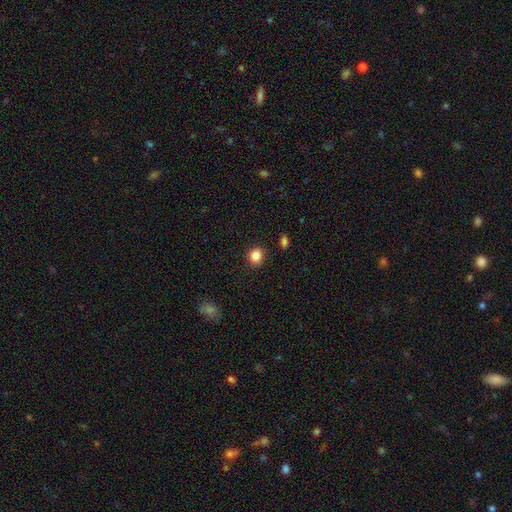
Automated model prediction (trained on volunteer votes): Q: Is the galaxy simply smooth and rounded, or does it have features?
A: smooth — 85%.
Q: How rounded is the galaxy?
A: round — 83%.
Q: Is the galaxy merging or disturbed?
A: none — 90%.